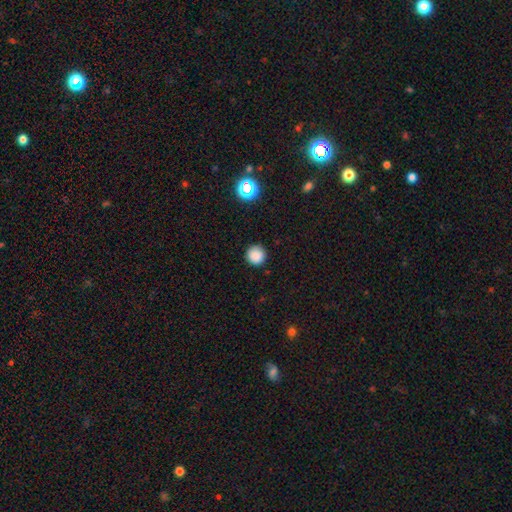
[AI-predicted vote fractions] smooth_or_featured: smooth (p=0.85) [alt: star or artifact p=0.11]
how_rounded: round (p=0.96) [alt: in between p=0.03]
merging: none (p=0.90) [alt: minor disturbance p=0.07]